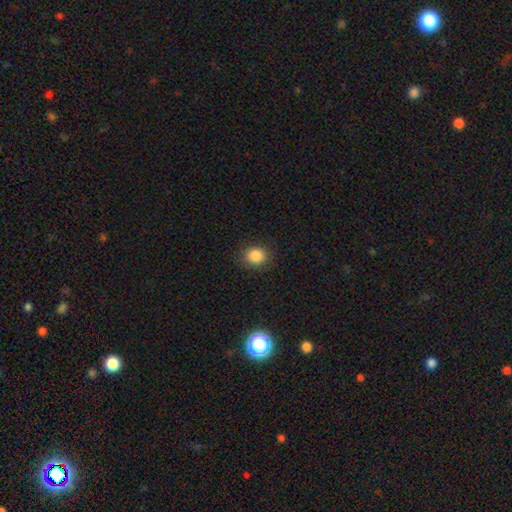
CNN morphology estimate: A smooth galaxy with no disk features (86%) that is round (76%).

Vote fractions:
- Smooth or featured? smooth: 86% / star or artifact: 10% / featured or disk: 5%
- How rounded? round: 76% / in between: 23% / cigar-shaped: 1%
- Merging? none: 86% / minor disturbance: 10% / major disturbance: 3% / merger: 1%